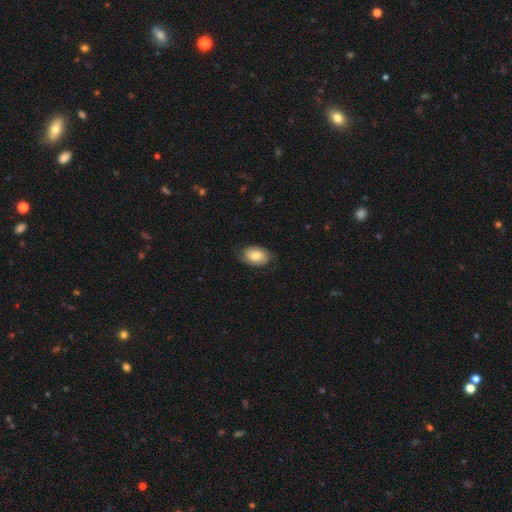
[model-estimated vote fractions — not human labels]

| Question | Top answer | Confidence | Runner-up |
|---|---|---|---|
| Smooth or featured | smooth | 68% | featured or disk (25%) |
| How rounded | in between | 87% | round (12%) |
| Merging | none | 73% | minor disturbance (20%) |